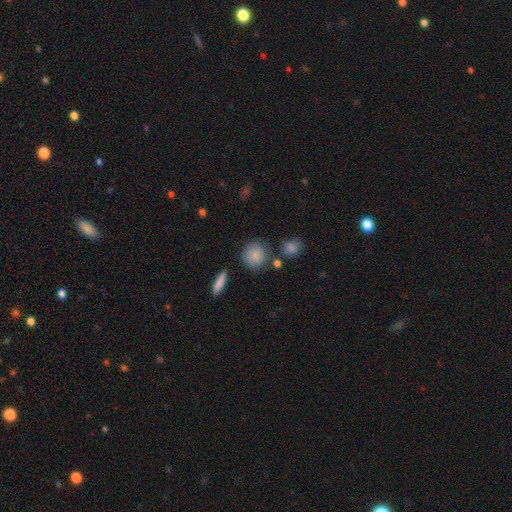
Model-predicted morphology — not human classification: type=smooth (85%); roundness=round (86%); merging=none (75%).